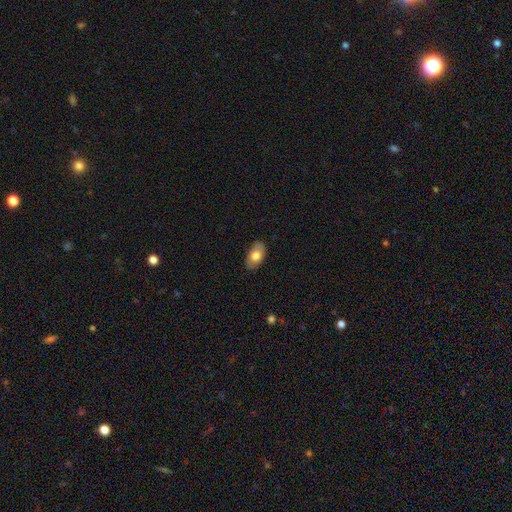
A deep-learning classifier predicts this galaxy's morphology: Q: Smooth or featured?
A: smooth (73%); runner-up: featured or disk (21%)
Q: How rounded?
A: in between (94%); runner-up: round (5%)
Q: Merging?
A: none (85%); runner-up: minor disturbance (12%)